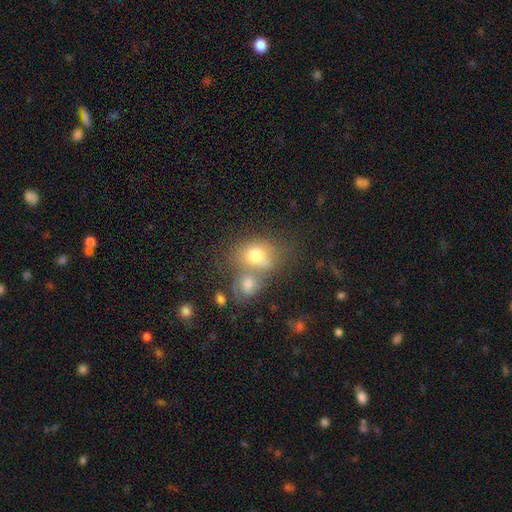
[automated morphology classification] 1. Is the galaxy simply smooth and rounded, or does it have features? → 69% smooth, 19% featured or disk, 11% star or artifact.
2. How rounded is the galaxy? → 56% in between, 42% round, 1% cigar-shaped.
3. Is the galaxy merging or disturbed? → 48% merger, 34% none, 11% minor disturbance, 7% major disturbance.